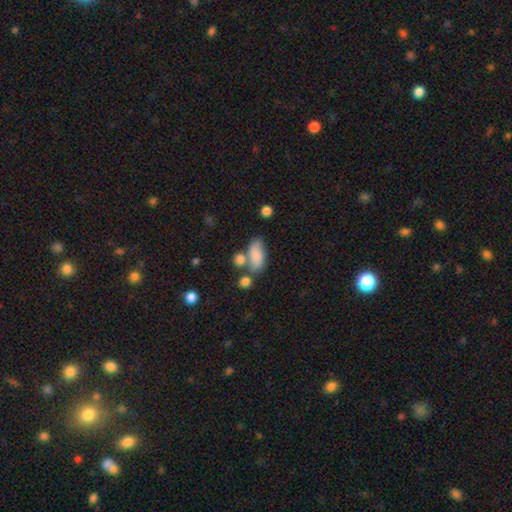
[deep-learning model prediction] This is likely a smooth galaxy (72%). How rounded: clearly in between (86%). Merging: marginally none (45%).